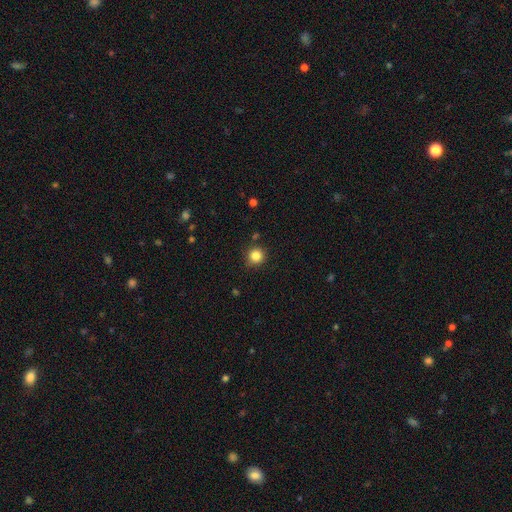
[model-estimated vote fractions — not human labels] This appears to be a smooth galaxy with no disk features (84%) that is round (94%). Merging: none (87%).